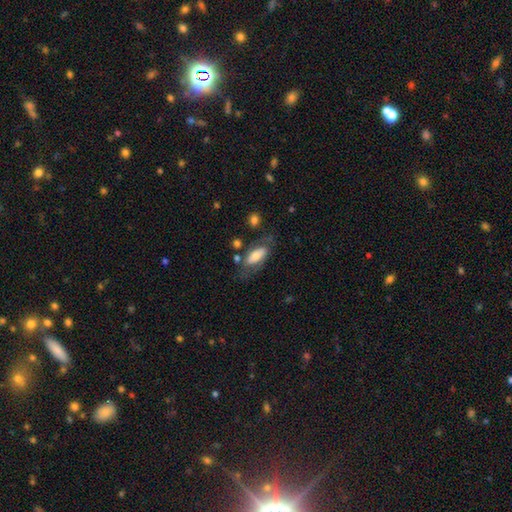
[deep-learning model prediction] Smooth or featured? smooth (58%)
How rounded? in between (83%)
Merging? none (58%)